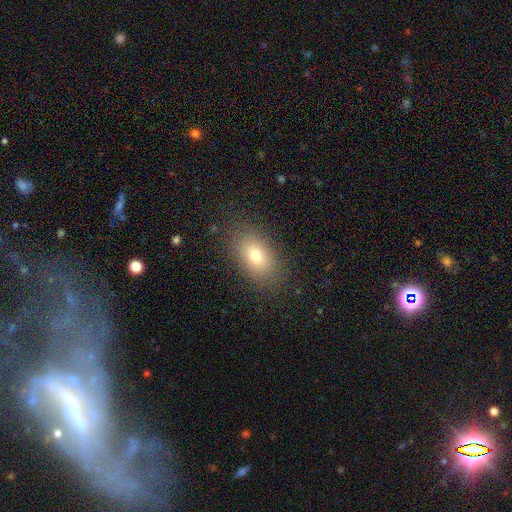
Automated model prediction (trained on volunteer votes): Morphology: type=smooth (74%); roundness=in between (84%); merging=none (85%).